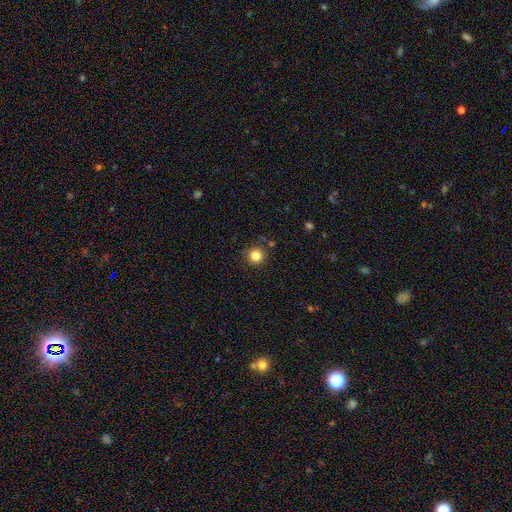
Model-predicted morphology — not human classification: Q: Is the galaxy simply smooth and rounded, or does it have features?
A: smooth — 84%.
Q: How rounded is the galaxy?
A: round — 95%.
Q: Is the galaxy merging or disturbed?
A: none — 88%.